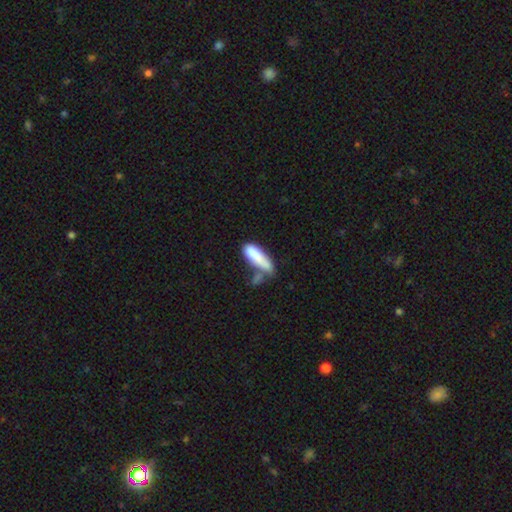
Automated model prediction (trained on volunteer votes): Q: Smooth or featured?
A: smooth (77%); runner-up: featured or disk (16%)
Q: How rounded?
A: cigar-shaped (49%); tied with: in between (49%)
Q: Merging?
A: merger (37%); runner-up: none (26%)